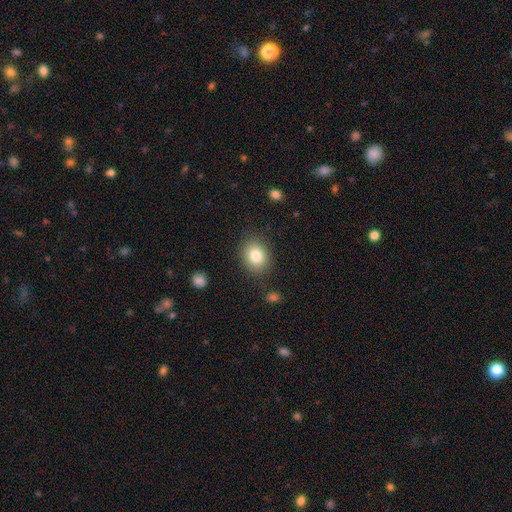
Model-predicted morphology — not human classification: Overall: smooth (82%). How rounded: in between (50%; round 49%). Merging: none (84%).